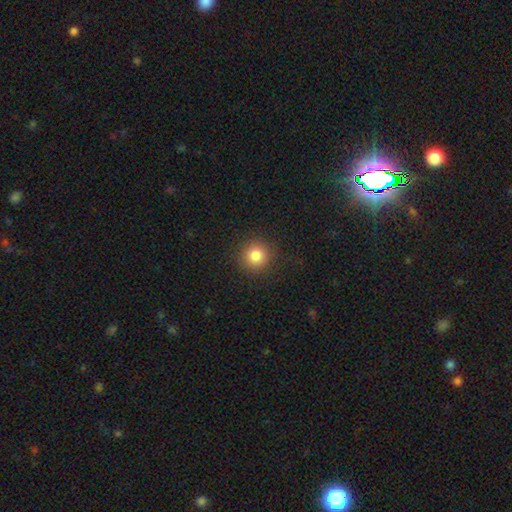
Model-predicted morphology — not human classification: Q: Smooth or featured?
A: smooth (84%); runner-up: star or artifact (11%)
Q: How rounded?
A: round (94%); runner-up: in between (5%)
Q: Merging?
A: none (90%); runner-up: minor disturbance (6%)